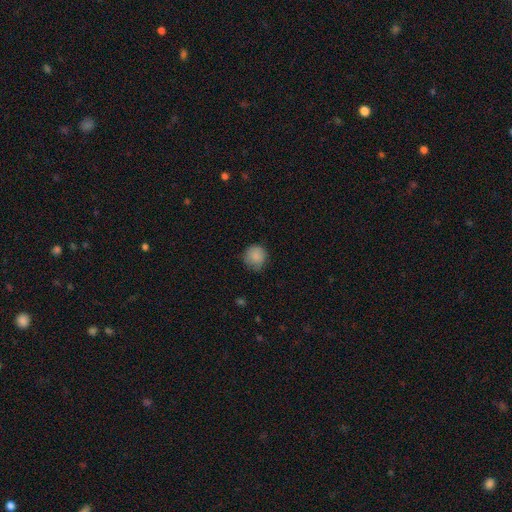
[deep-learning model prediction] The model was most divided on "merging": none: 75%, minor disturbance: 20%, major disturbance: 4%, merger: 1%. More confident: how rounded — round (90%); smooth or featured — smooth (85%).